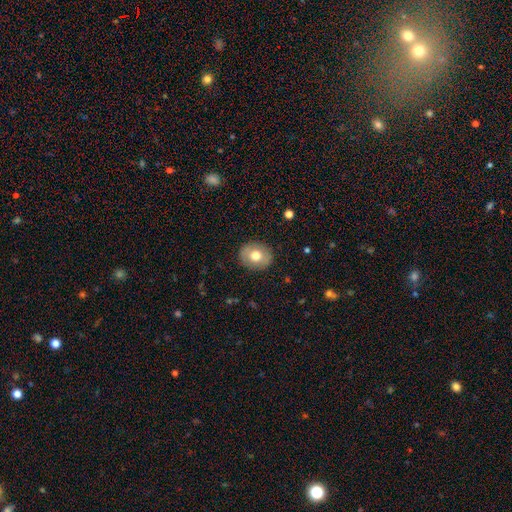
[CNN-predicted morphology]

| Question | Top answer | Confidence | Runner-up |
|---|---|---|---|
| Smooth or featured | smooth | 72% | featured or disk (20%) |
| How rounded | round | 63% | in between (36%) |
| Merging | none | 89% | minor disturbance (8%) |